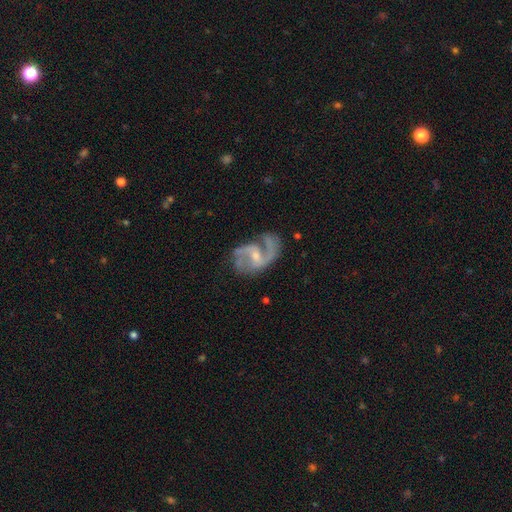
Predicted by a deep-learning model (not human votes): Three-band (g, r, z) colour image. It shows a featured or disk galaxy (87%) with a weak bar (51%), 2 (82%) medium (50%) spiral arms (95%) and a small central bulge (54%). Merging: none (60%).